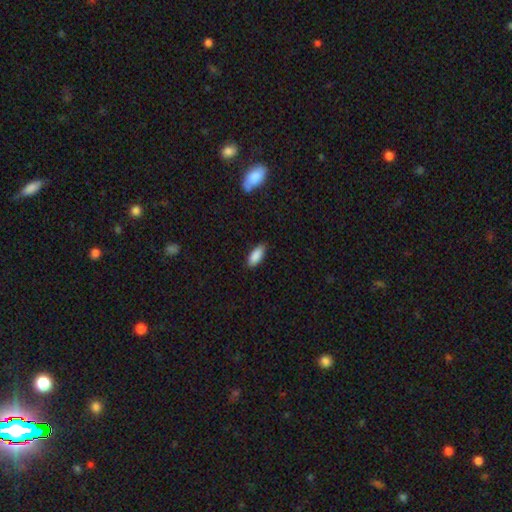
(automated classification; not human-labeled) Morphology: type=smooth (89%); roundness=in between (84%); merging=none (84%).